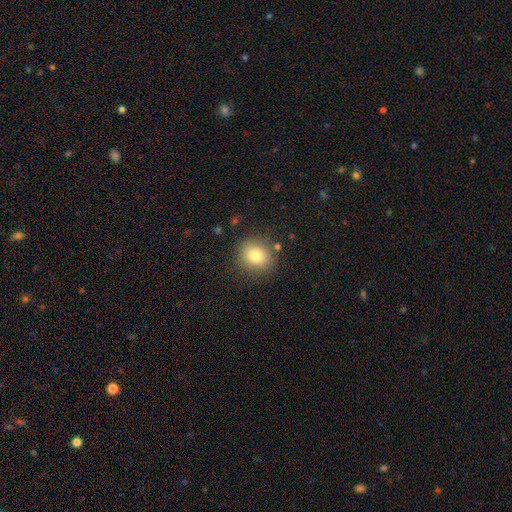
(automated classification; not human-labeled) This appears to be a smooth galaxy with no disk features (79%) that is round (81%). Merging: none (84%).